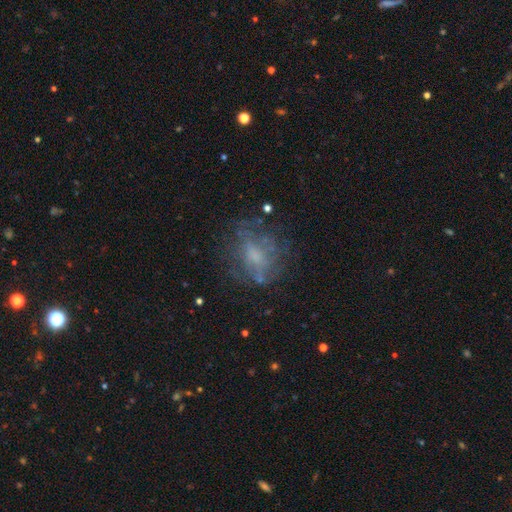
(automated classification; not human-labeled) Smooth or featured? Predicted: featured or disk (p=0.51). Edge-on disk? Predicted: no (p=0.96). Merging? Predicted: none (p=0.59).